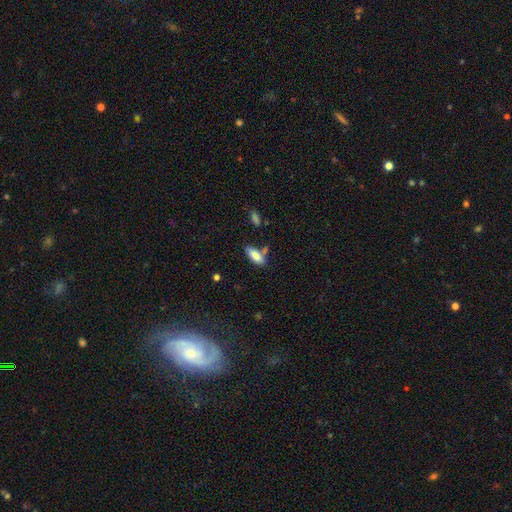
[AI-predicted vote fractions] This is clearly a smooth galaxy (82%). How rounded: likely in between (76%). Merging: likely none (62%).